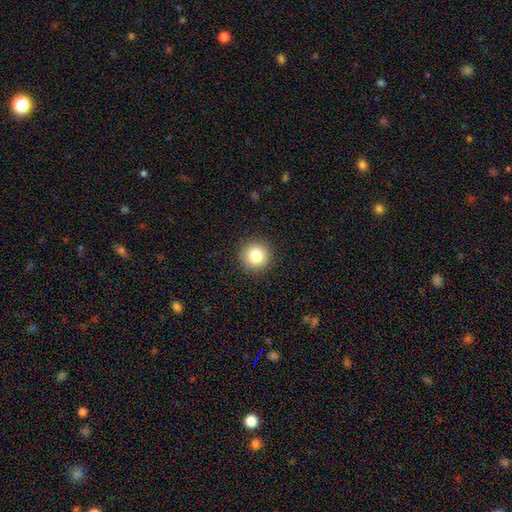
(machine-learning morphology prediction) The model was most divided on "smooth or featured": smooth: 82%, star or artifact: 10%, featured or disk: 7%. More confident: how rounded — round (95%); merging — none (91%).